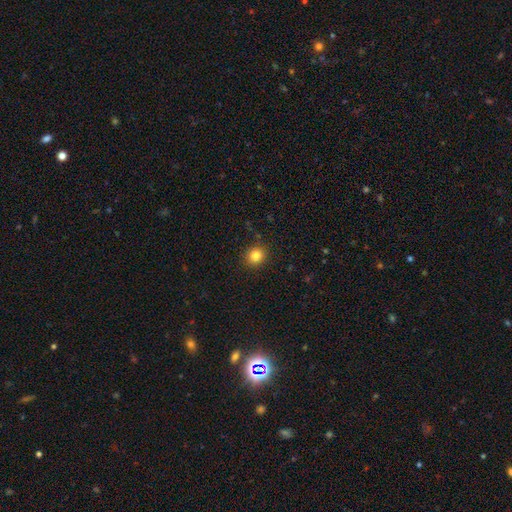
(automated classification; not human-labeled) Overall: smooth (83%). How rounded: round (82%). Merging: none (89%).